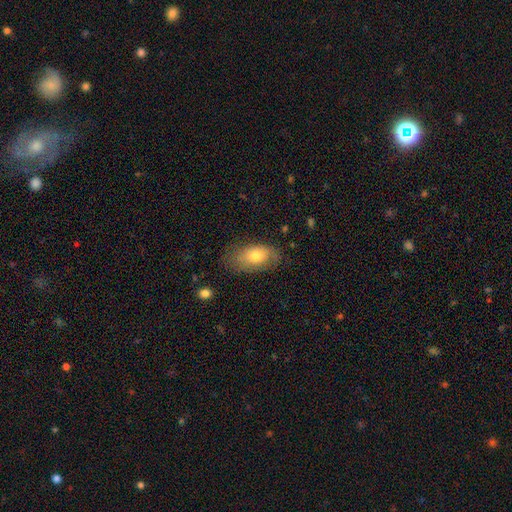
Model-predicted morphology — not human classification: Smooth or featured? Predicted: smooth (p=0.70). How rounded? Predicted: in between (p=0.90). Merging? Predicted: none (p=0.69).